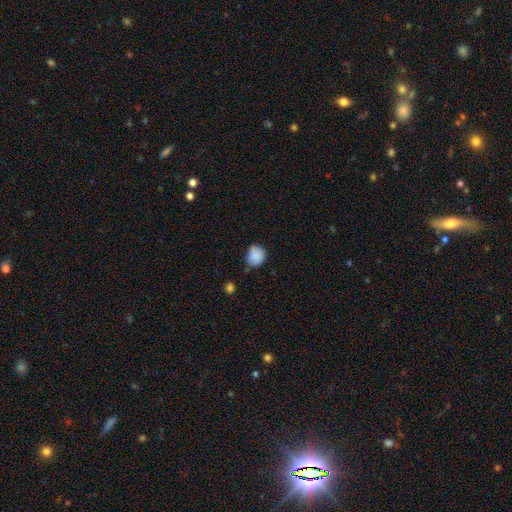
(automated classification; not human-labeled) Smooth or featured?
  - smooth: 87% *
  - star or artifact: 9%
  - featured or disk: 5%
How rounded?
  - round: 77% *
  - in between: 22%
  - cigar-shaped: 1%
Merging?
  - none: 63% *
  - minor disturbance: 28%
  - major disturbance: 5%
  - merger: 4%